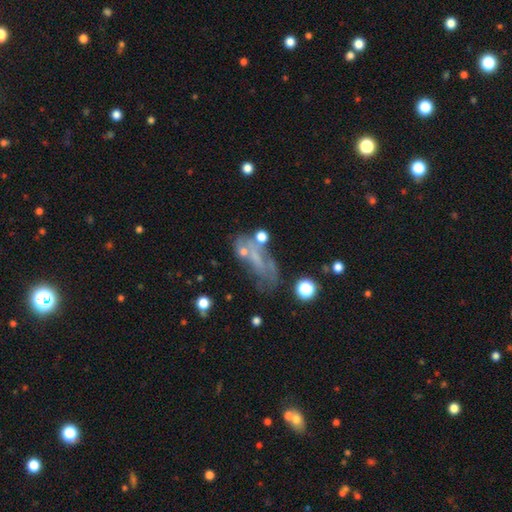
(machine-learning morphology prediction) Smooth or featured?
  - featured or disk: 45% *
  - smooth: 33%
  - star or artifact: 21%
Merging?
  - none: 32% * (tied)
  - major disturbance: 32% * (tied)
  - minor disturbance: 21%
  - merger: 15%